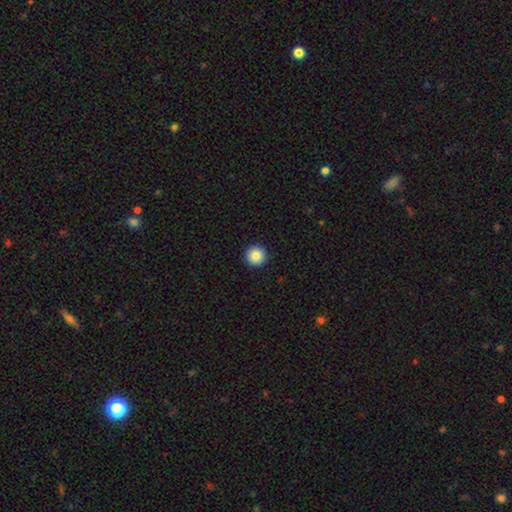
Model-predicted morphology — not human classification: Smooth or featured? Predicted: smooth (p=0.87). How rounded? Predicted: round (p=0.97). Merging? Predicted: none (p=0.94).